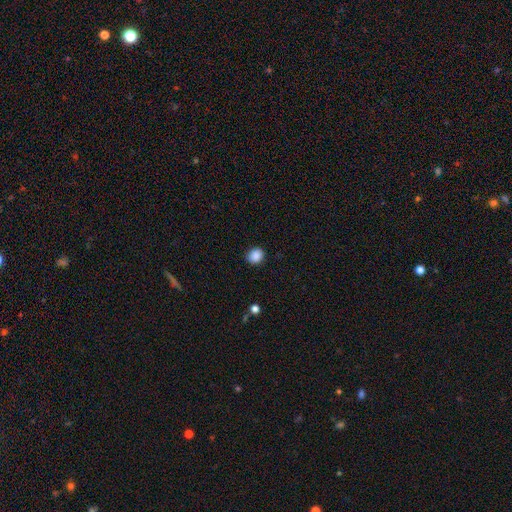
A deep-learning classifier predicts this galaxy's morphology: A smooth galaxy with no disk features (88%) that is round (73%). Merging: none (89%).